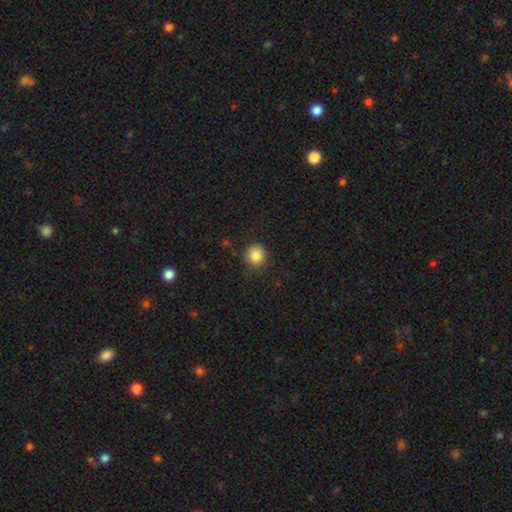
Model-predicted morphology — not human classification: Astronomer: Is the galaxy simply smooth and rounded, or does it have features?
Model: smooth — 85%.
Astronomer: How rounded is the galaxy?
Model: round — 88%.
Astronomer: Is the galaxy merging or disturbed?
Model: none — 84%.